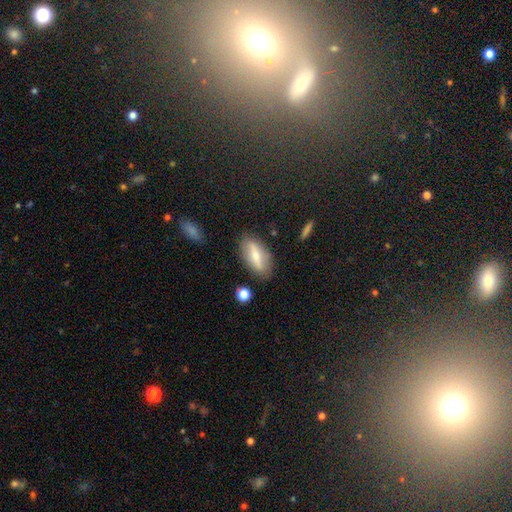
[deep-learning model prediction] Overall: smooth (60%; featured or disk 32%). How rounded: in between (78%). Merging: none (81%).